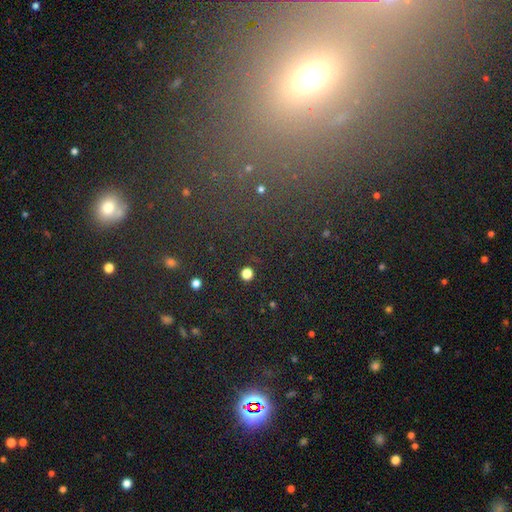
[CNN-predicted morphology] A star or artifact, not a galaxy (56%).